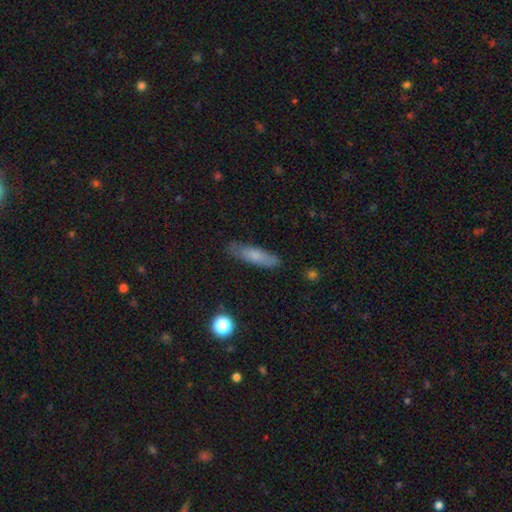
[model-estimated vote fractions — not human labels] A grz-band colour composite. It shows a smooth galaxy with no disk features (69%) that is cigar-shaped (70%). Merging: none (83%).